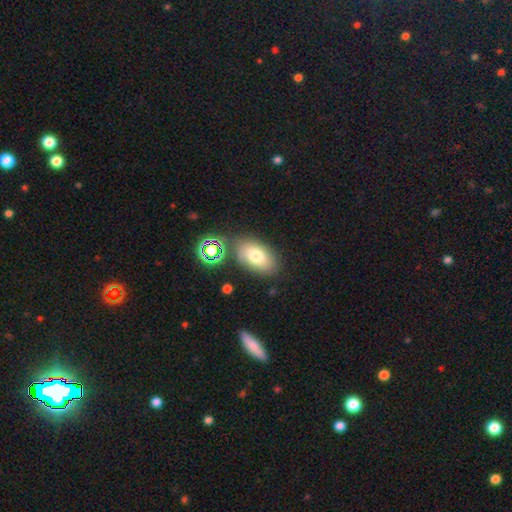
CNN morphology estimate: Overall: smooth (74%). How rounded: in between (88%). Merging: none (78%).